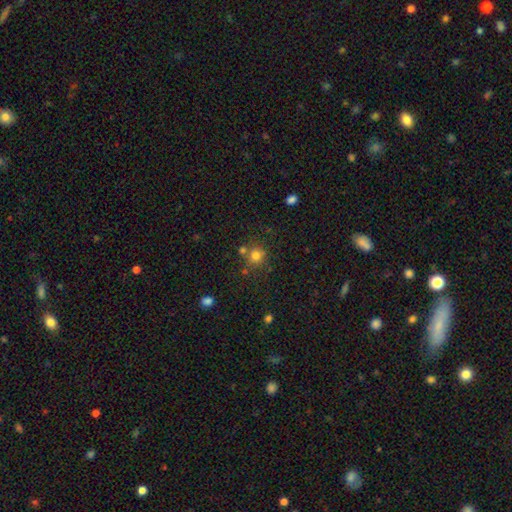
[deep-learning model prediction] Smooth or featured?
  - smooth: 77% *
  - star or artifact: 15%
  - featured or disk: 8%
How rounded?
  - round: 90% *
  - in between: 9%
  - cigar-shaped: 1%
Merging?
  - none: 70% *
  - merger: 16%
  - minor disturbance: 10%
  - major disturbance: 4%